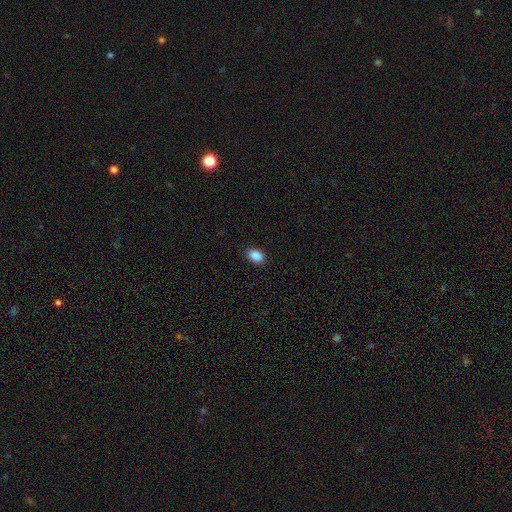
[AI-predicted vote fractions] Q: Smooth or featured?
A: smooth (89%); runner-up: star or artifact (8%)
Q: How rounded?
A: in between (83%); runner-up: round (16%)
Q: Merging?
A: none (89%); runner-up: minor disturbance (8%)